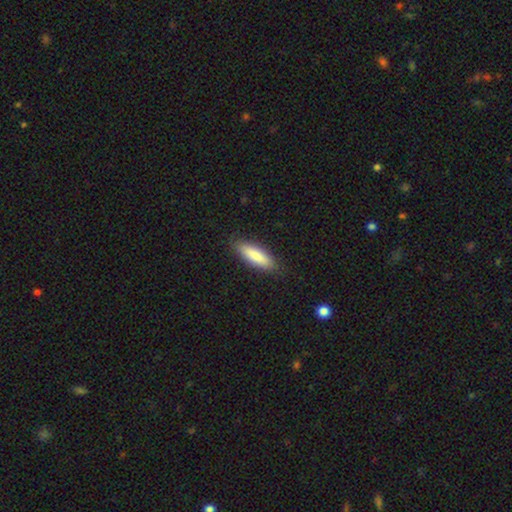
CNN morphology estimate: Smooth or featured?
  - smooth: 84% *
  - featured or disk: 11%
  - star or artifact: 5%
How rounded?
  - cigar-shaped: 50% *
  - in between: 49%
  - round: 2%
Merging?
  - none: 86% *
  - minor disturbance: 11%
  - major disturbance: 2%
  - merger: 1%